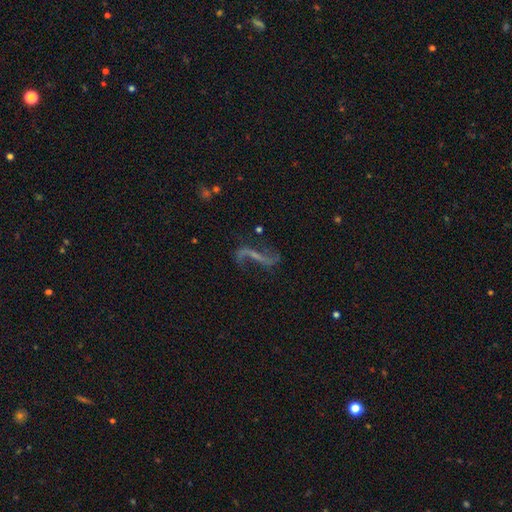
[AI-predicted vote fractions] smooth_or_featured: featured or disk (p=0.83) [alt: star or artifact p=0.09]
disk_edge_on: no (p=0.92) [alt: yes p=0.08]
bar: strong (p=0.41) [alt: weak p=0.33]
has_spiral_arms: yes (p=0.92) [alt: no p=0.08]
spiral_winding: loose (p=0.90) [alt: medium p=0.07]
spiral_arm_count: 2 (p=0.91) [alt: 1 p=0.05]
bulge_size: none (p=0.49) [alt: small p=0.40]
merging: none (p=0.67) [alt: minor disturbance p=0.15]